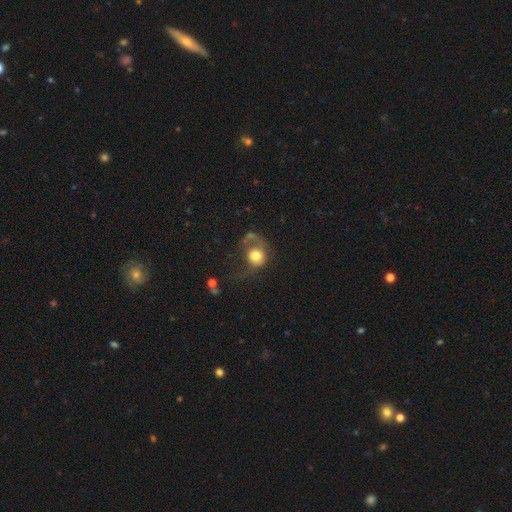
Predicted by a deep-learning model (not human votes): Overall: smooth (65%; featured or disk 26%). How rounded: round (76%). Merging: major disturbance (47%; none 27%).